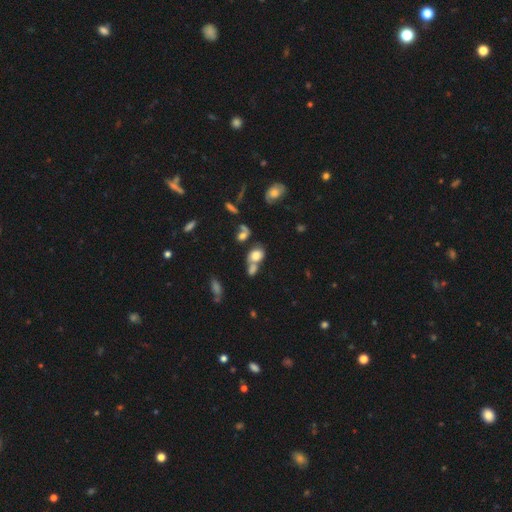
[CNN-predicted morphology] type=smooth (75%); roundness=in between (60%); merging=merger (49%).